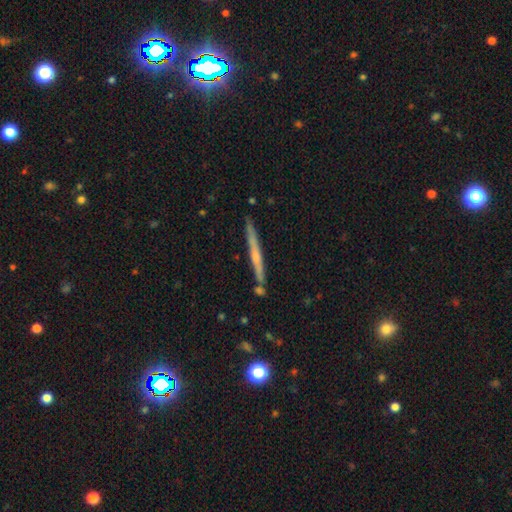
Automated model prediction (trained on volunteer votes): Overall: featured or disk (61%; smooth 32%). Edge-on disk: yes (97%). Edge-on bulge: none (51%; rounded 44%). Merging: none (85%).